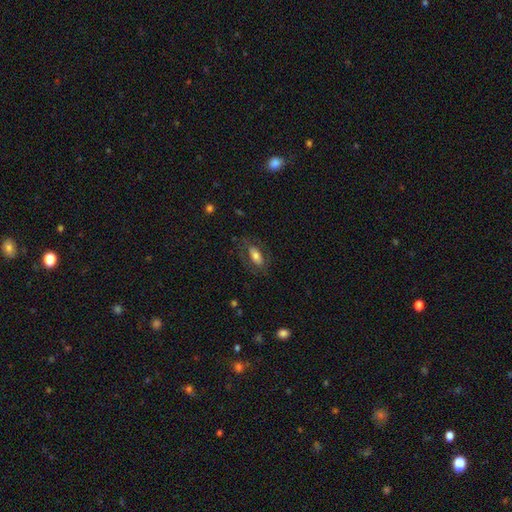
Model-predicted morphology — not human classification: This appears to be a smooth galaxy with no disk features (65%) that is in between round and cigar-shaped (84%). Merging: none (69%).